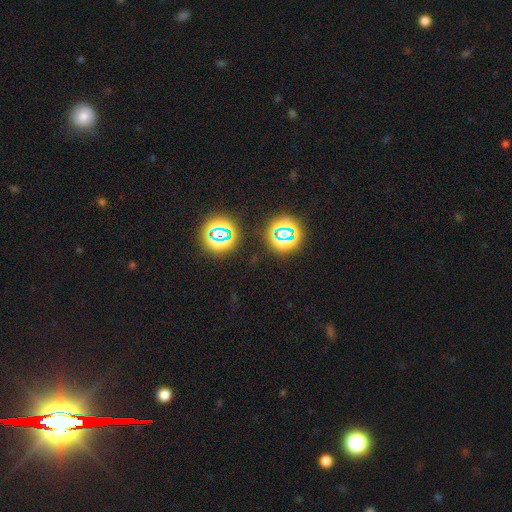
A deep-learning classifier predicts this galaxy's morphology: Overall: star or artifact (72%).